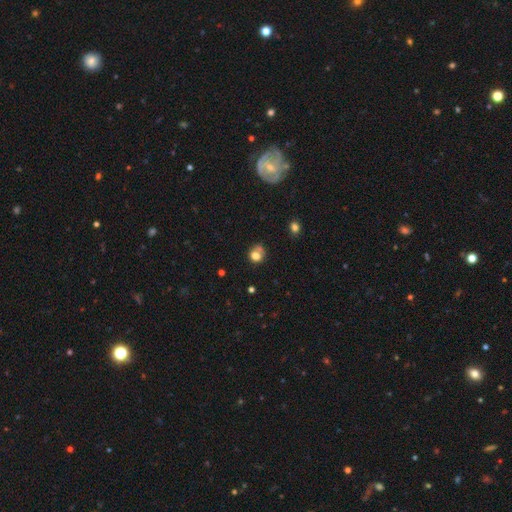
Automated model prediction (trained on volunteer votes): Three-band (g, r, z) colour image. It shows a smooth galaxy with no disk features (73%) that is round (74%). Merging: none (47%).